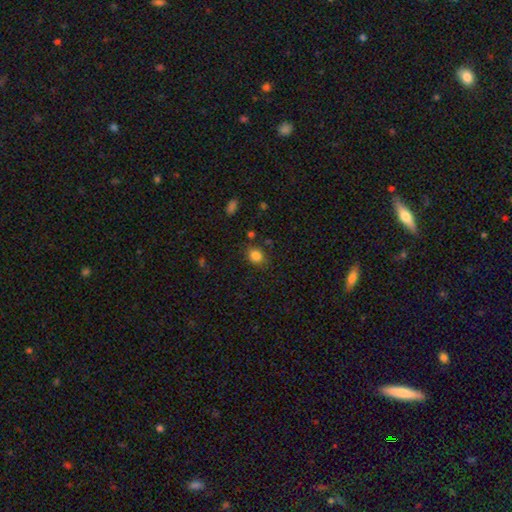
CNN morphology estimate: Overall: smooth (84%). How rounded: round (60%; in between 39%). Merging: none (81%).